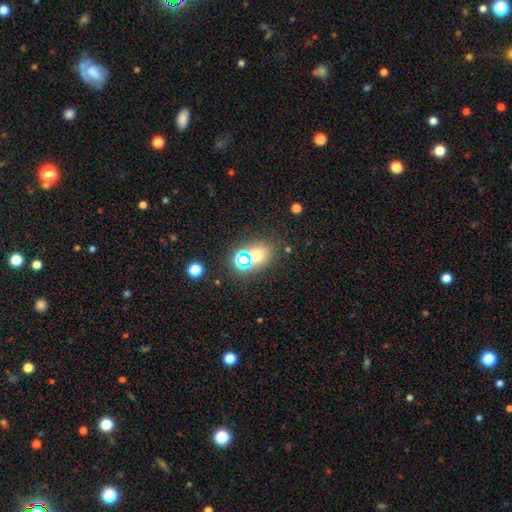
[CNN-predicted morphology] Q: Smooth or featured?
A: smooth (58%); runner-up: star or artifact (30%)
Q: How rounded?
A: round (56%); runner-up: in between (43%)
Q: Merging?
A: none (68%); runner-up: merger (15%)